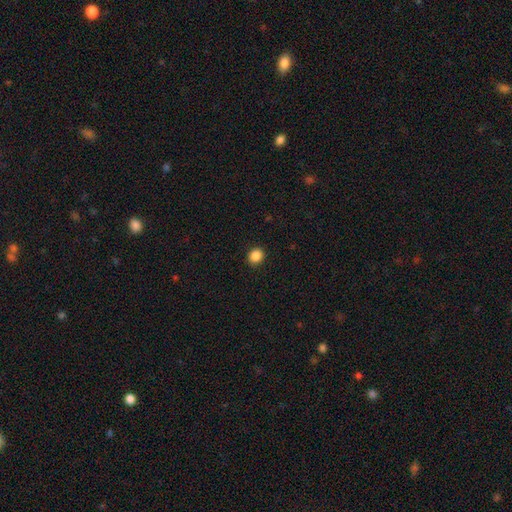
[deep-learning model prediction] Q: Smooth or featured?
A: smooth (87%); runner-up: star or artifact (10%)
Q: How rounded?
A: round (72%); runner-up: in between (27%)
Q: Merging?
A: none (92%); runner-up: minor disturbance (6%)